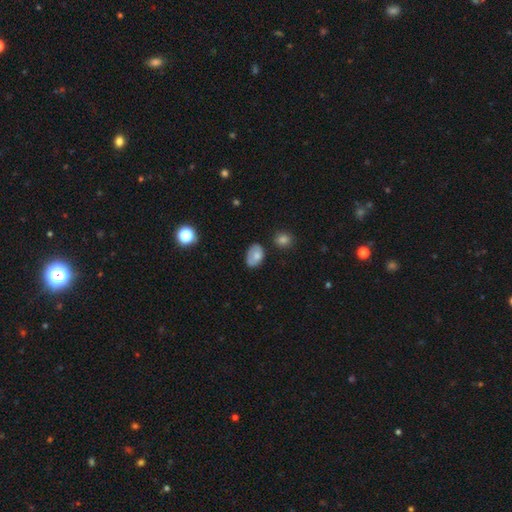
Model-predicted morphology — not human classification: Q: Smooth or featured?
A: smooth (72%); runner-up: featured or disk (20%)
Q: How rounded?
A: in between (85%); runner-up: round (14%)
Q: Merging?
A: none (61%); runner-up: minor disturbance (27%)